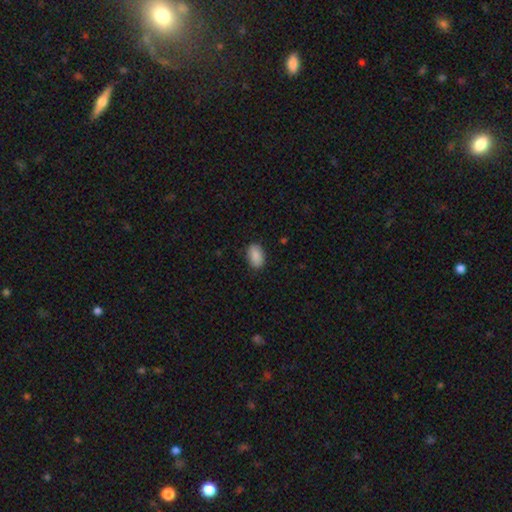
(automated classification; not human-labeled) This appears to be a smooth galaxy with no disk features (89%) that is in between round and cigar-shaped (91%). Merging: none (85%).